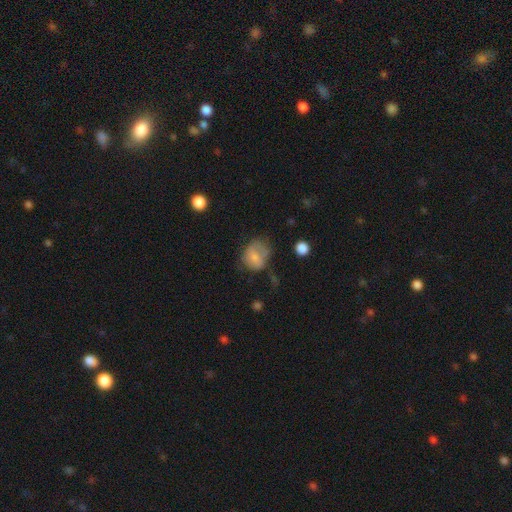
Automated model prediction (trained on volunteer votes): Smooth or featured? Predicted: smooth (p=0.68). How rounded? Predicted: round (p=0.50). Merging? Predicted: none (p=0.38).